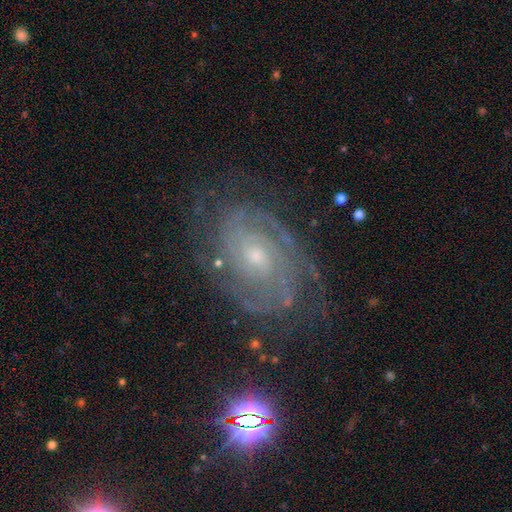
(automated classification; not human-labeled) Smooth or featured: featured or disk — 87% (star or artifact — 9%)
Edge-on disk: no — 97% (yes — 3%)
Bar: no — 70% (weak — 23%)
Spiral arms: yes — 97% (no — 3%)
Spiral winding: tight — 74% (medium — 22%)
Spiral arm count: 2 — 35% (can't tell — 24%)
Bulge size: small — 66% (moderate — 30%)
Merging: none — 76% (minor disturbance — 16%)